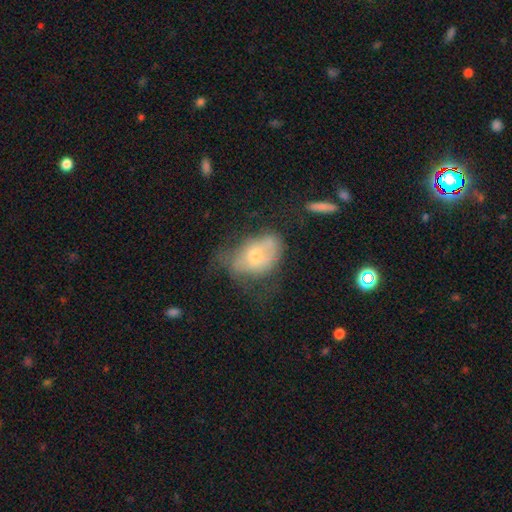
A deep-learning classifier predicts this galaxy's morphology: This appears to be a smooth galaxy with no disk features (52%) that is in between round and cigar-shaped (76%). Merging: none (33%).